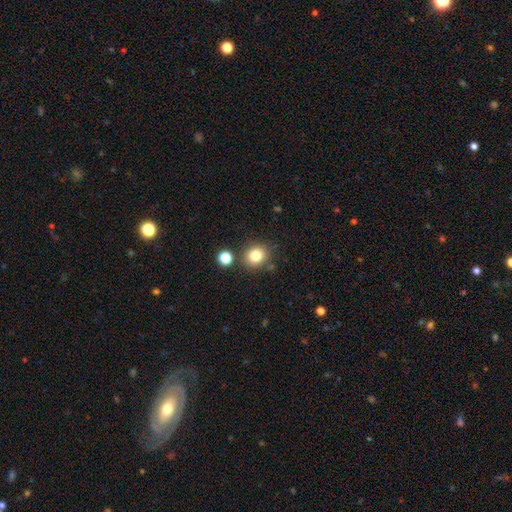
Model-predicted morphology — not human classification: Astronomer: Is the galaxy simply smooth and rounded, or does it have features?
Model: smooth — 81%.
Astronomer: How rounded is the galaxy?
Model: round — 79%.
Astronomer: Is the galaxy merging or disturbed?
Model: none — 81%.